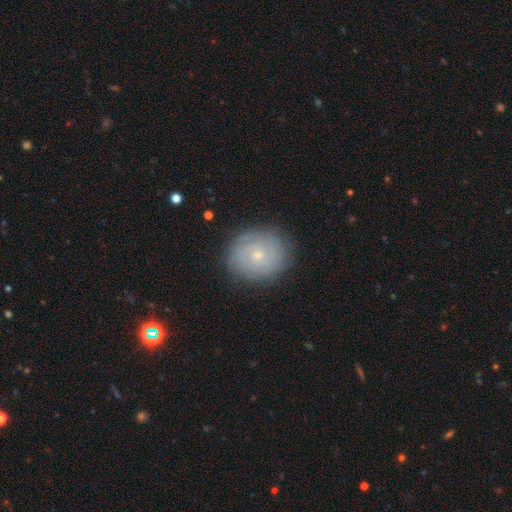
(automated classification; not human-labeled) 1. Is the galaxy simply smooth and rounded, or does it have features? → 45% featured or disk, 41% smooth, 14% star or artifact.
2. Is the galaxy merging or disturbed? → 86% none, 10% minor disturbance, 3% major disturbance, 1% merger.